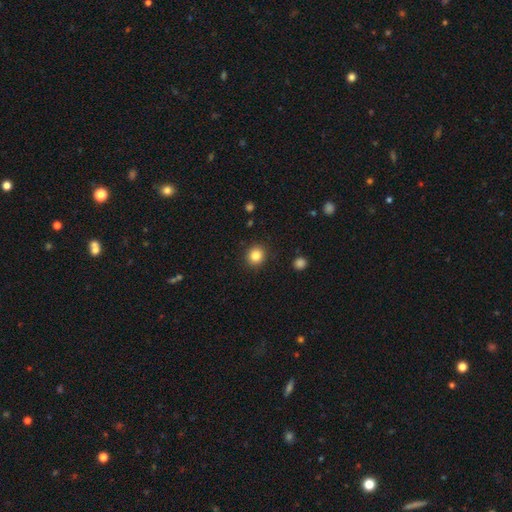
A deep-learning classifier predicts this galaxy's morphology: Overall: smooth (84%). How rounded: round (85%). Merging: none (90%).